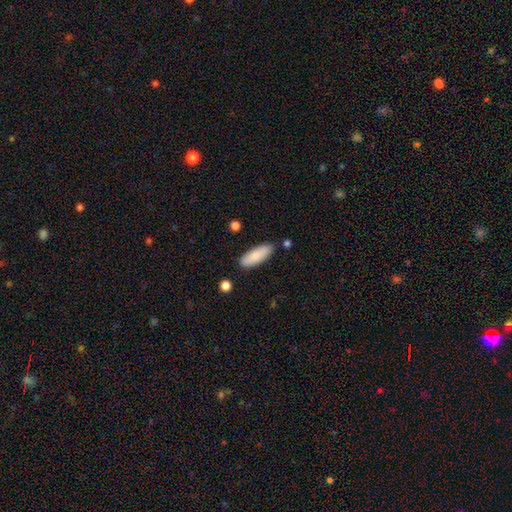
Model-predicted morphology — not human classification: A smooth galaxy with no disk features (83%) that is in between round and cigar-shaped (65%).

Vote fractions:
- Smooth or featured? smooth: 83% / featured or disk: 11% / star or artifact: 6%
- How rounded? in between: 65% / cigar-shaped: 34% / round: 2%
- Merging? none: 83% / minor disturbance: 12% / merger: 3% / major disturbance: 2%